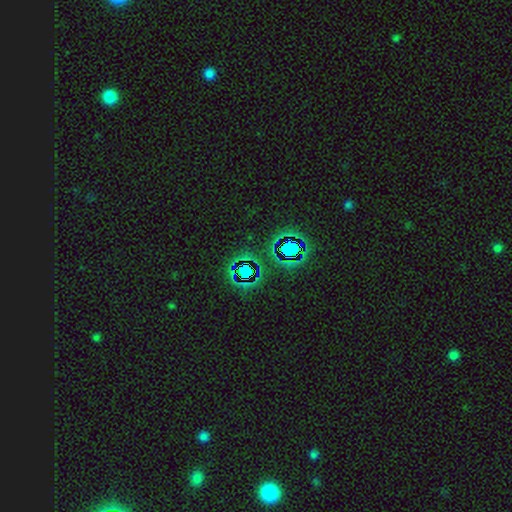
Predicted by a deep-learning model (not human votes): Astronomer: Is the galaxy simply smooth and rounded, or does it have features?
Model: star or artifact — 49% (runner-up: featured or disk, 33%).